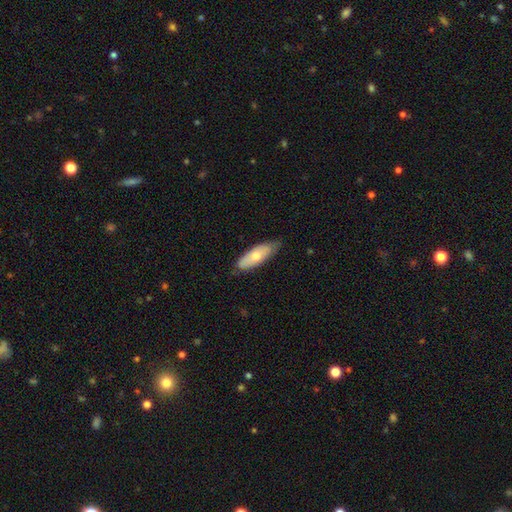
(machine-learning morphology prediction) Overall: smooth (62%; featured or disk 32%). How rounded: in between (65%; cigar-shaped 33%). Merging: none (78%).